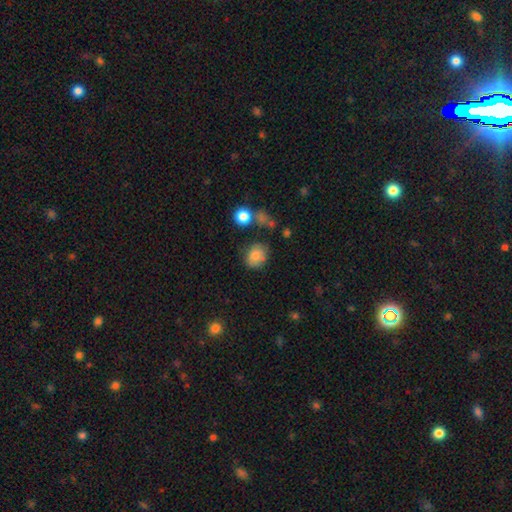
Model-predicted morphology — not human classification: Smooth or featured?
  - smooth: 80% *
  - star or artifact: 10%
  - featured or disk: 10%
How rounded?
  - round: 59% *
  - in between: 40%
  - cigar-shaped: 1%
Merging?
  - none: 70% *
  - minor disturbance: 18%
  - merger: 6%
  - major disturbance: 5%